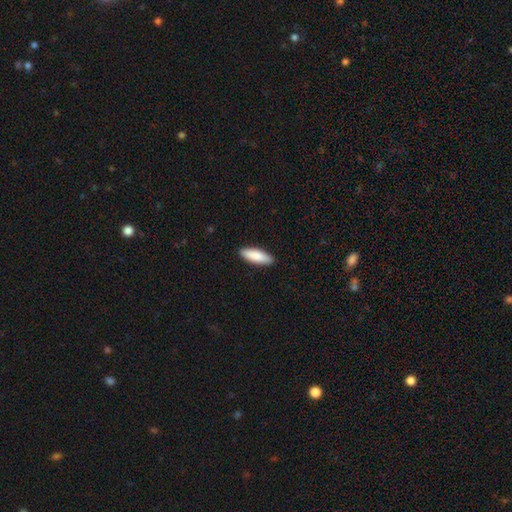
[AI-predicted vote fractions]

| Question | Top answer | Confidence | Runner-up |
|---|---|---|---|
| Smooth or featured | smooth | 87% | featured or disk (8%) |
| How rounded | in between | 53% | cigar-shaped (46%) |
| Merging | none | 90% | minor disturbance (7%) |